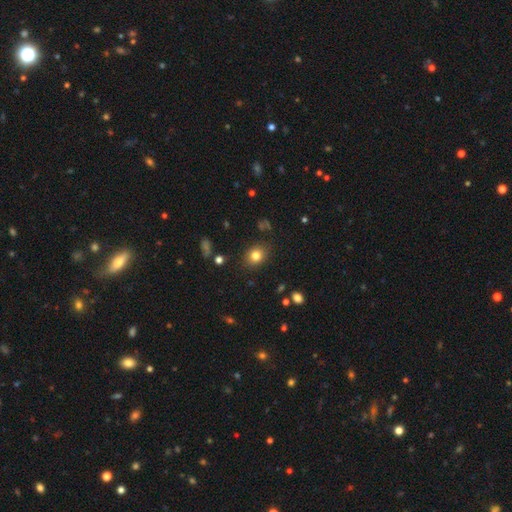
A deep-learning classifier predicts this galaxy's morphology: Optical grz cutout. It shows a smooth galaxy with no disk features (80%) that is round (60%). Merging: none (86%).